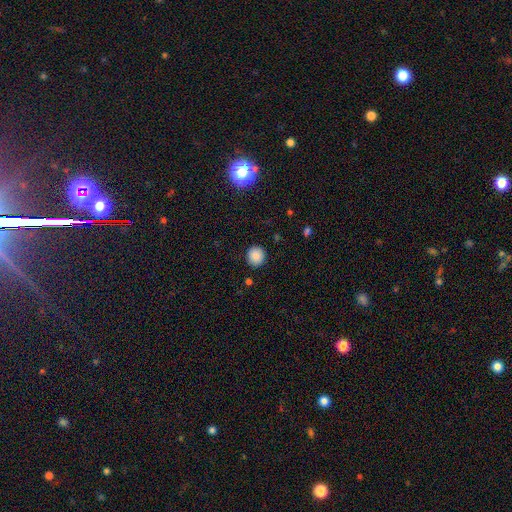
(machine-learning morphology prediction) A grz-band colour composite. It shows a smooth galaxy with no disk features (87%) that is round (89%). Merging: none (90%).